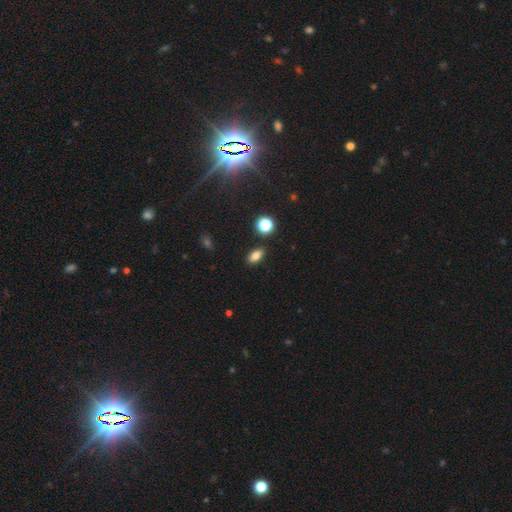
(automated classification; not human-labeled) Smooth or featured? smooth (79%)
How rounded? in between (84%)
Merging? none (87%)